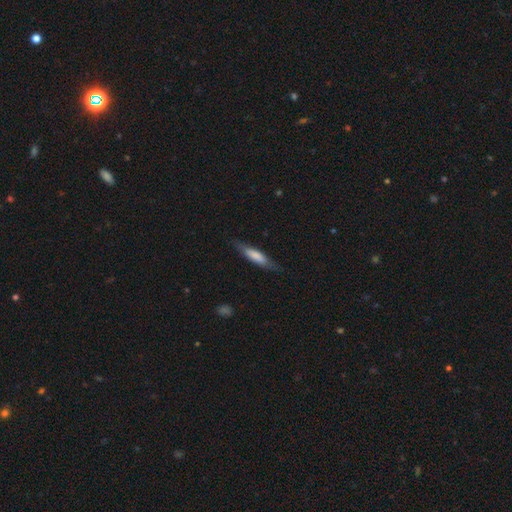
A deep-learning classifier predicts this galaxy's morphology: Smooth or featured? smooth (66%)
How rounded? cigar-shaped (79%)
Merging? none (80%)